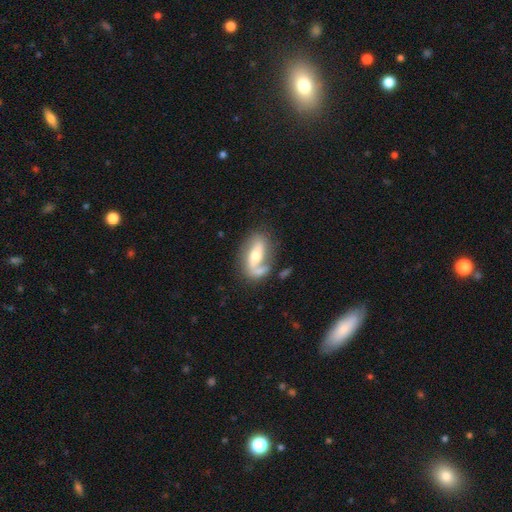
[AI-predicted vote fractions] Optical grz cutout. It shows a featured or disk galaxy (70%) with no bar (39%), 2 (59%) loose (47%) spiral arms (82%) and a moderate central bulge (66%). Merging: none (55%).